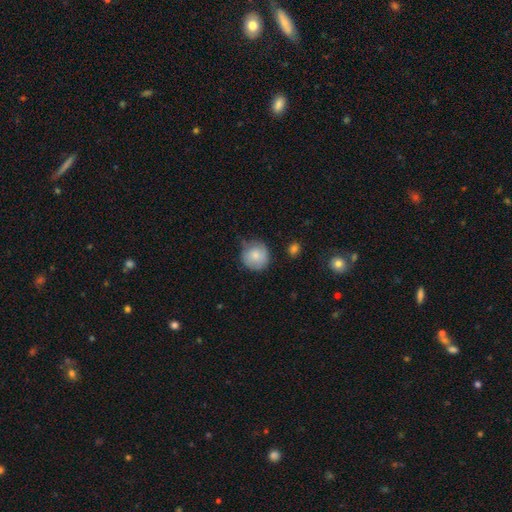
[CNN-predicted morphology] Smooth or featured?
  - smooth: 79% *
  - featured or disk: 13%
  - star or artifact: 7%
How rounded?
  - round: 91% *
  - in between: 8%
  - cigar-shaped: 1%
Merging?
  - none: 64% *
  - minor disturbance: 28%
  - major disturbance: 6%
  - merger: 3%